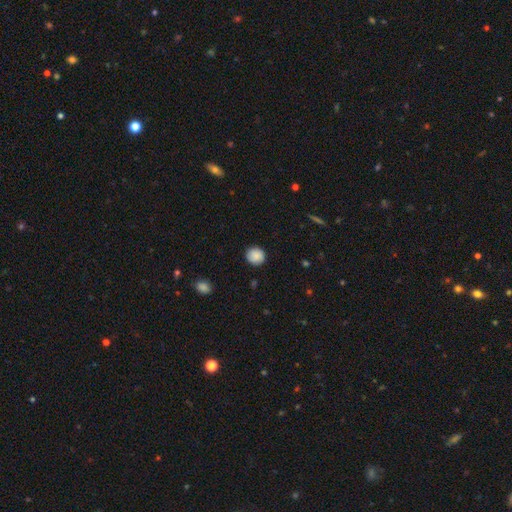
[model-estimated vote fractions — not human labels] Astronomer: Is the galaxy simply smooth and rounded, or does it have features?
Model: smooth — 87%.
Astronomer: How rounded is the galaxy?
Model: round — 90%.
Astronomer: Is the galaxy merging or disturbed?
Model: none — 88%.